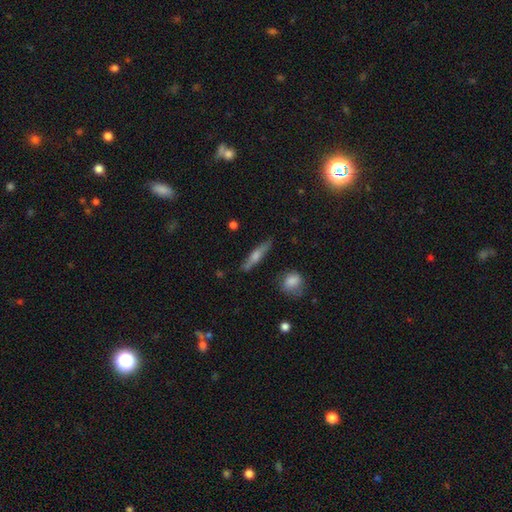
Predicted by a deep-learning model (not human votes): Smooth or featured? Predicted: featured or disk (p=0.50). Merging? Predicted: none (p=0.86).